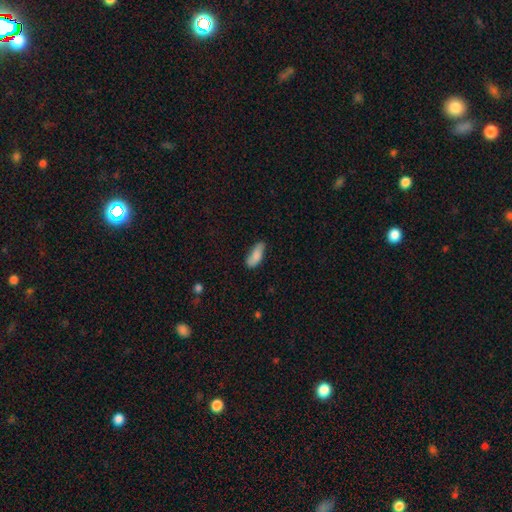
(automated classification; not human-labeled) A smooth galaxy with no disk features (82%) that is in between round and cigar-shaped (76%).

Vote fractions:
- Smooth or featured? smooth: 82% / featured or disk: 11% / star or artifact: 6%
- How rounded? in between: 76% / cigar-shaped: 22% / round: 2%
- Merging? none: 69% / minor disturbance: 24% / major disturbance: 4% / merger: 2%